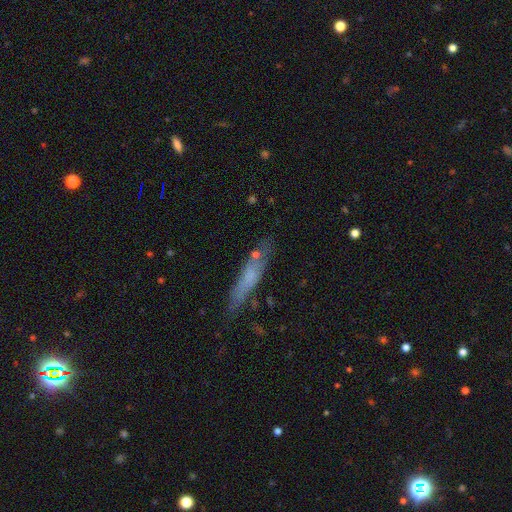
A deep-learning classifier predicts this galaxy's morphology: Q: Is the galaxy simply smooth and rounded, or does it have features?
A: smooth — 61%.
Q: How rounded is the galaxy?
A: cigar-shaped — 81%.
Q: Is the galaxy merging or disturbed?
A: none — 69%.